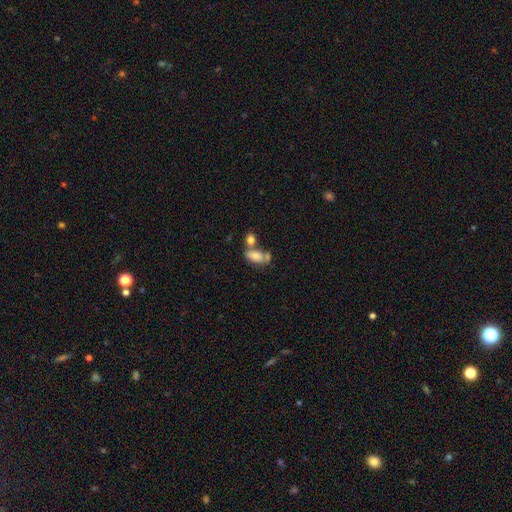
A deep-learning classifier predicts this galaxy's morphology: The model was most divided on "merging": merger: 40%, none: 35%, minor disturbance: 16%, major disturbance: 8%. More confident: how rounded — in between (88%); smooth or featured — smooth (74%).